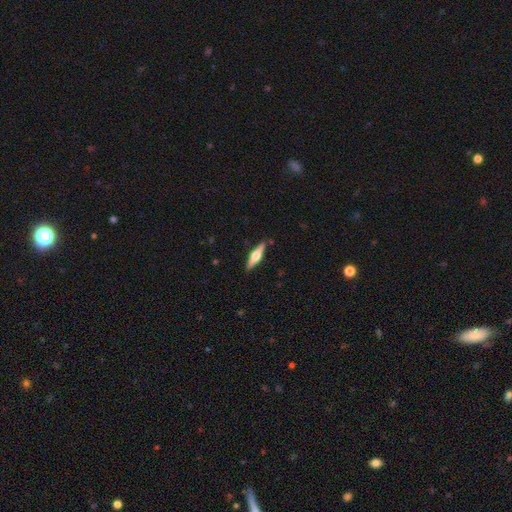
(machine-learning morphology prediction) smooth-or-featured: featured or disk: 65% | smooth: 30% | star or artifact: 5%
  disk-edge-on: yes: 97% | no: 3%
    edge-on-bulge: rounded: 93% | boxy: 5% | none: 2%
  merging: none: 88% | minor disturbance: 8% | major disturbance: 2% | merger: 1%